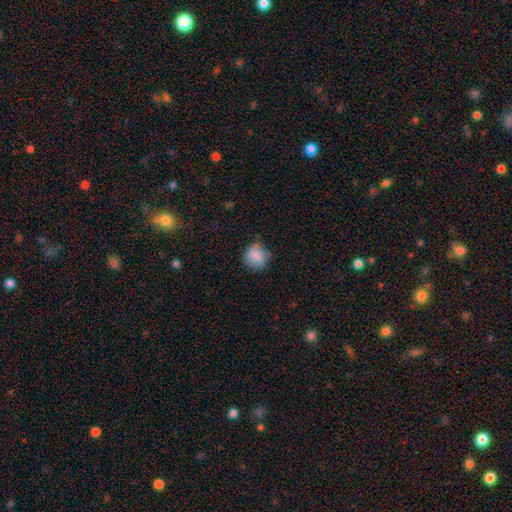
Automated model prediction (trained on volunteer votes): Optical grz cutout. It shows a smooth galaxy with no disk features (85%) that is round (82%). Merging: none (72%).